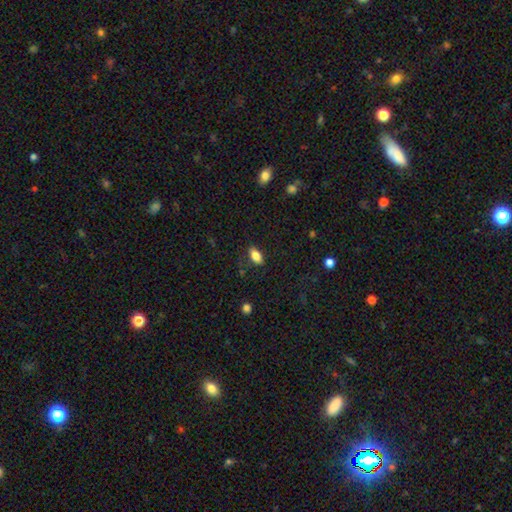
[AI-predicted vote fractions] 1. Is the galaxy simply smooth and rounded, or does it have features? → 84% smooth, 8% star or artifact, 8% featured or disk.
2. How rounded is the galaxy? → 89% in between, 7% cigar-shaped, 4% round.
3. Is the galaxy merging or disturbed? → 83% none, 12% minor disturbance, 3% major disturbance, 2% merger.